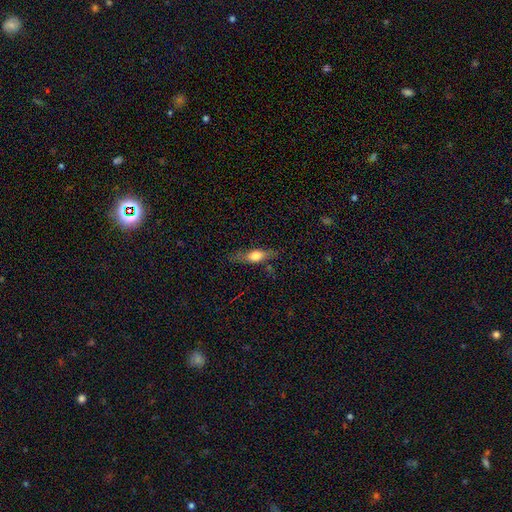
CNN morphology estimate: Smooth or featured? Predicted: smooth (p=0.56). How rounded? Predicted: in between (p=0.49). Merging? Predicted: none (p=0.71).